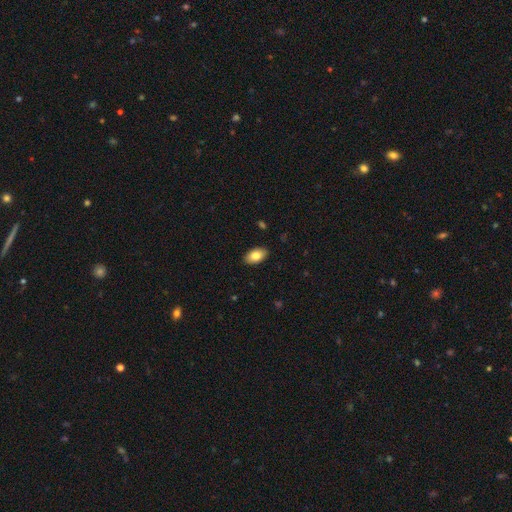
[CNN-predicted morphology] This appears to be a smooth galaxy with no disk features (82%) that is in between round and cigar-shaped (93%). Merging: none (89%).